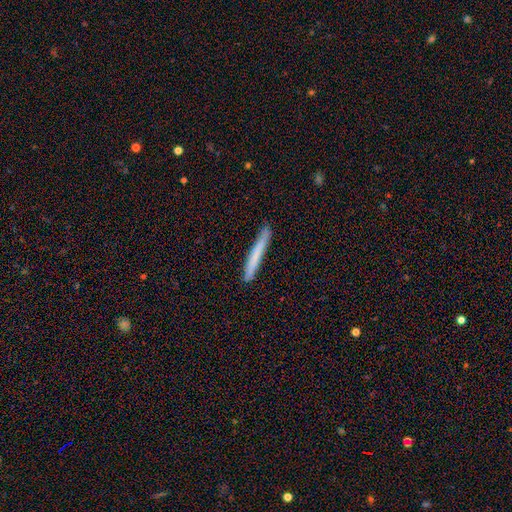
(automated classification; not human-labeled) Q: Smooth or featured?
A: smooth (70%); runner-up: featured or disk (24%)
Q: How rounded?
A: cigar-shaped (97%); runner-up: in between (2%)
Q: Merging?
A: none (87%); runner-up: minor disturbance (10%)